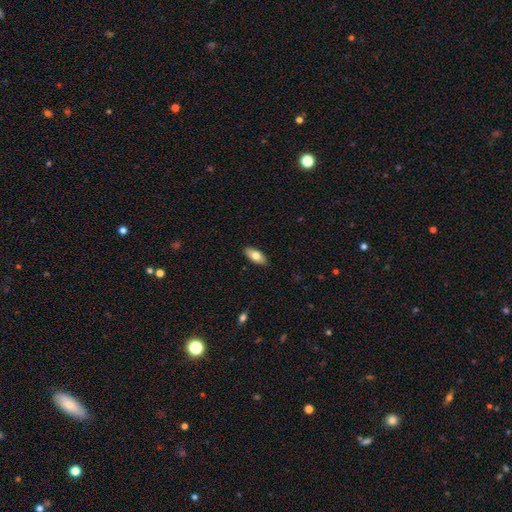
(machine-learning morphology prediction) This appears to be a smooth galaxy with no disk features (75%) that is in between round and cigar-shaped (85%). Merging: none (89%).